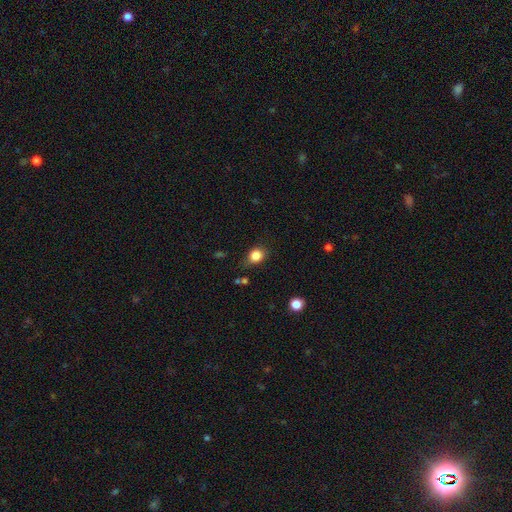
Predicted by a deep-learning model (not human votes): smooth-or-featured: smooth: 84% | star or artifact: 11% | featured or disk: 6%
  how-rounded: round: 56% | in between: 43% | cigar-shaped: 1%
  merging: none: 72% | minor disturbance: 21% | major disturbance: 5% | merger: 2%